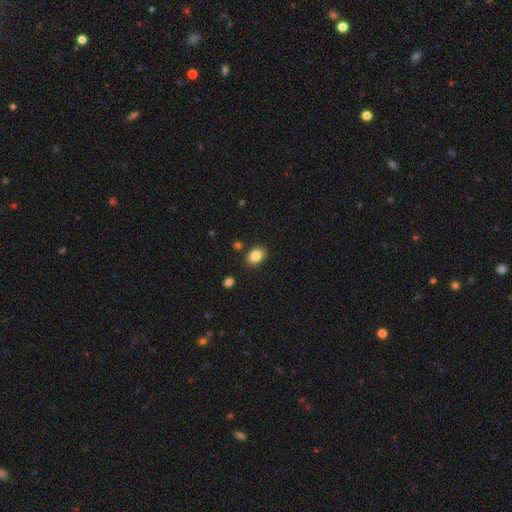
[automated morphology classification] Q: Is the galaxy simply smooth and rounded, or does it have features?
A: smooth — 85%.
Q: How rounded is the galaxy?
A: in between — 75%.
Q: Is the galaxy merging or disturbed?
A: none — 85%.